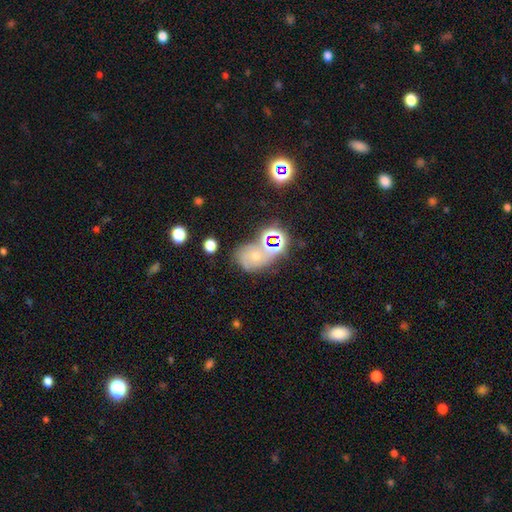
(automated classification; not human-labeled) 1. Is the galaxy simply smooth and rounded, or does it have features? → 39% smooth, 31% featured or disk, 30% star or artifact.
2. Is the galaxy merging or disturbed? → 48% none, 21% merger, 20% minor disturbance, 11% major disturbance.